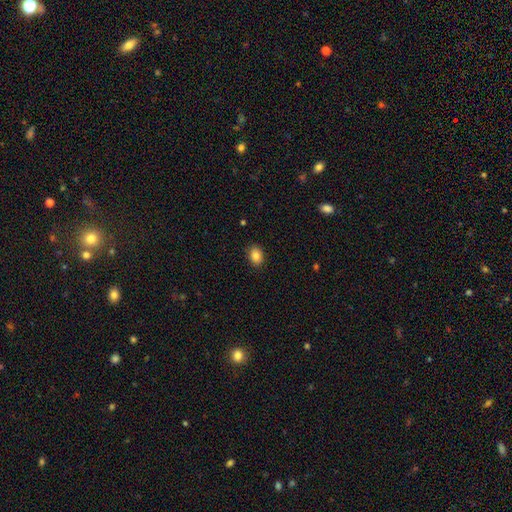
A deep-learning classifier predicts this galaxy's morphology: This is clearly a smooth galaxy (86%). How rounded: likely in between (69%). Merging: clearly none (89%).